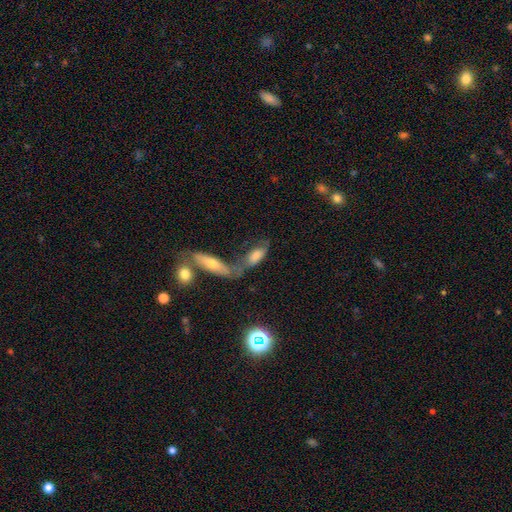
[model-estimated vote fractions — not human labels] Smooth or featured? Predicted: smooth (p=0.64). How rounded? Predicted: in between (p=0.76). Merging? Predicted: merger (p=0.45).